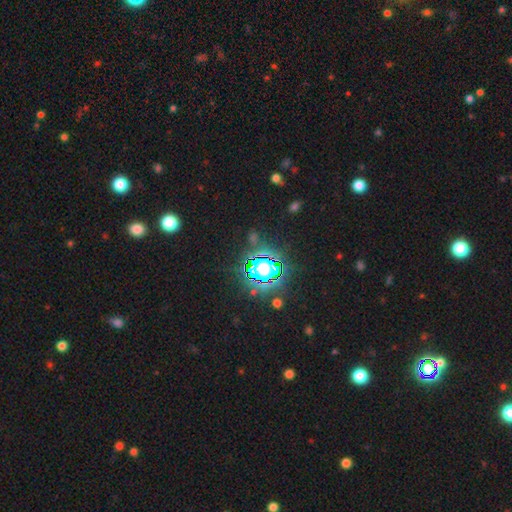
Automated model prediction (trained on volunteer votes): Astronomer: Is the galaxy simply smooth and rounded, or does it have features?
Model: star or artifact — 84%.